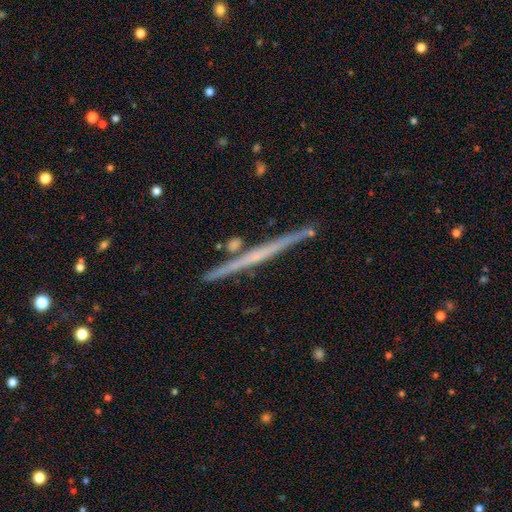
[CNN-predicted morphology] Smooth or featured: featured or disk — 68% (smooth — 26%)
Edge-on disk: yes — 98% (no — 2%)
Edge-on bulge: none — 79% (rounded — 16%)
Merging: none — 89% (minor disturbance — 7%)